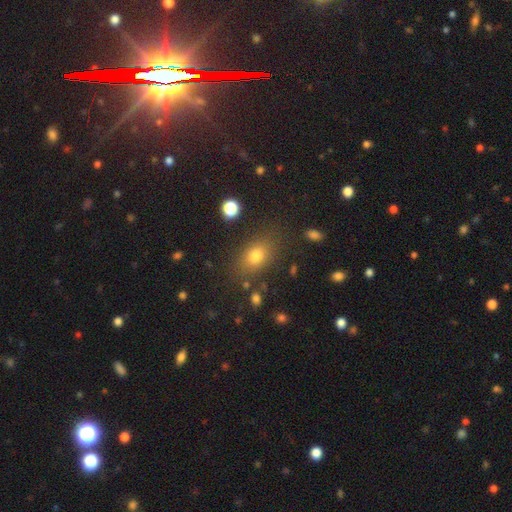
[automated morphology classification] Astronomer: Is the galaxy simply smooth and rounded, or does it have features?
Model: smooth — 76%.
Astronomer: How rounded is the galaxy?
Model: in between — 74%.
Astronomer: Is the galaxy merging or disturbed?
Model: none — 80%.